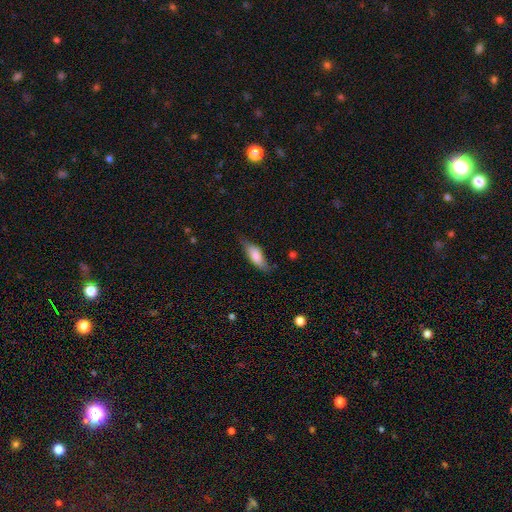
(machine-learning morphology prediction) Smooth or featured? smooth (74%)
How rounded? in between (65%)
Merging? none (63%)